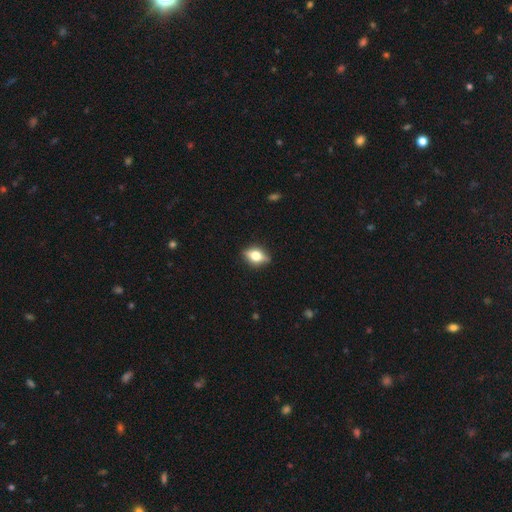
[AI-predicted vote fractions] Q: Smooth or featured?
A: smooth (53%); runner-up: featured or disk (38%)
Q: How rounded?
A: in between (71%); runner-up: round (22%)
Q: Merging?
A: none (84%); runner-up: minor disturbance (12%)